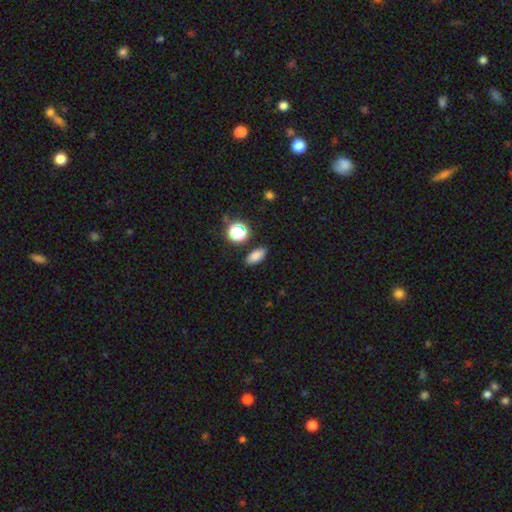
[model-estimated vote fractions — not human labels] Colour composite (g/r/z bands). It shows a smooth galaxy with no disk features (80%) that is in between round and cigar-shaped (83%). Merging: none (84%).